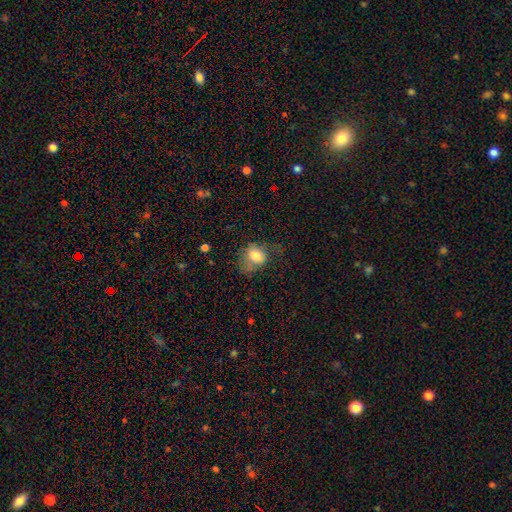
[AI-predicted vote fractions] Q: Smooth or featured?
A: smooth (72%); runner-up: featured or disk (19%)
Q: How rounded?
A: in between (55%); runner-up: round (43%)
Q: Merging?
A: none (36%); runner-up: major disturbance (33%)